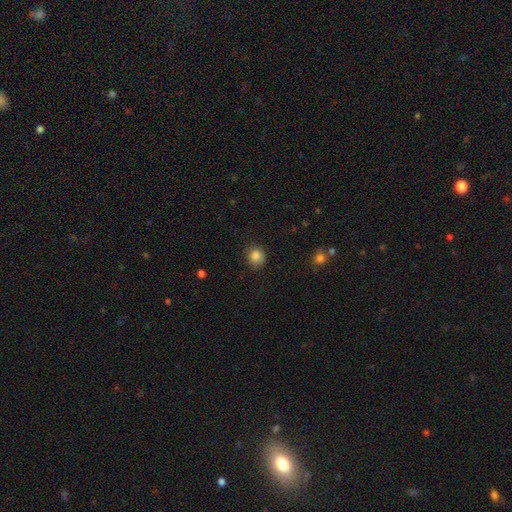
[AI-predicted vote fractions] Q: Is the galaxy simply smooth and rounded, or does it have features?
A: smooth — 85%.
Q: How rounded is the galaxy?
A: round — 78%.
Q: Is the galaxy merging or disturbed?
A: none — 81%.